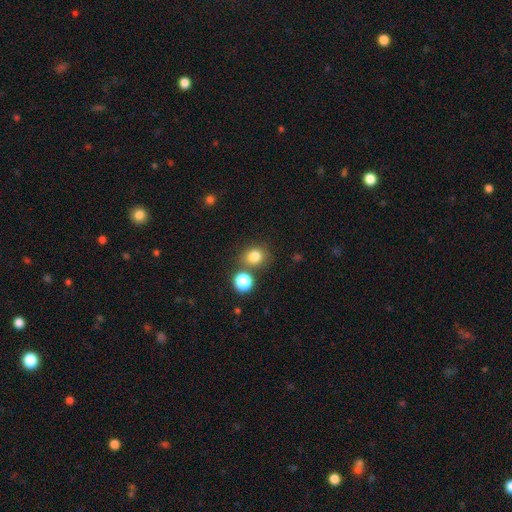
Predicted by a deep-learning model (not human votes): Q: Smooth or featured?
A: smooth (80%); runner-up: star or artifact (14%)
Q: How rounded?
A: round (76%); runner-up: in between (23%)
Q: Merging?
A: none (72%); runner-up: merger (14%)